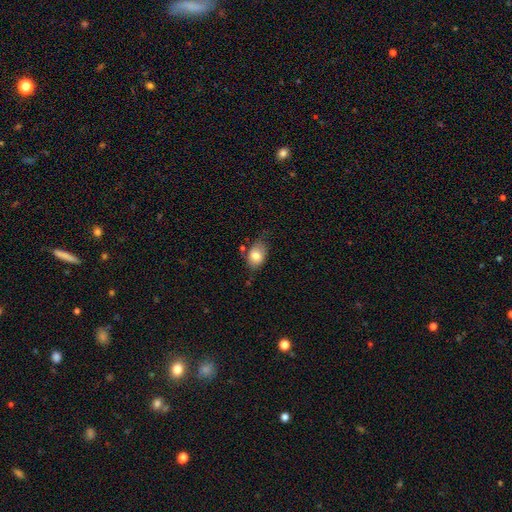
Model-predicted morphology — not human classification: Smooth or featured? Predicted: smooth (p=0.80). How rounded? Predicted: in between (p=0.77). Merging? Predicted: none (p=0.59).